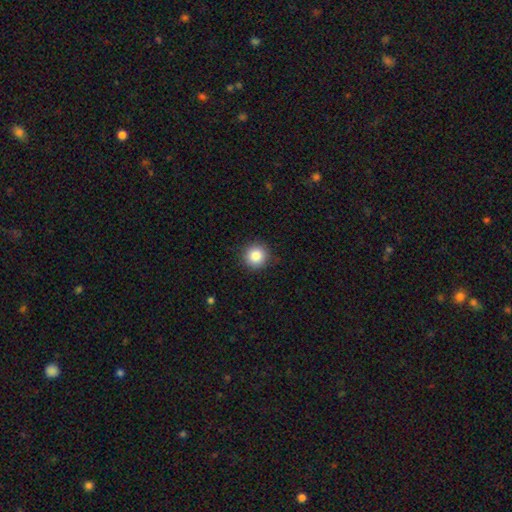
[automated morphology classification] Smooth or featured? smooth (86%)
How rounded? round (95%)
Merging? none (90%)